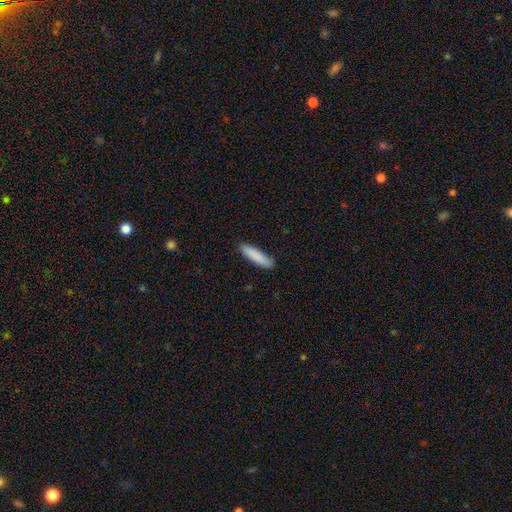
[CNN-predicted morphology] Smooth or featured: smooth — 87% (featured or disk — 8%)
How rounded: cigar-shaped — 78% (in between — 21%)
Merging: none — 87% (minor disturbance — 10%)